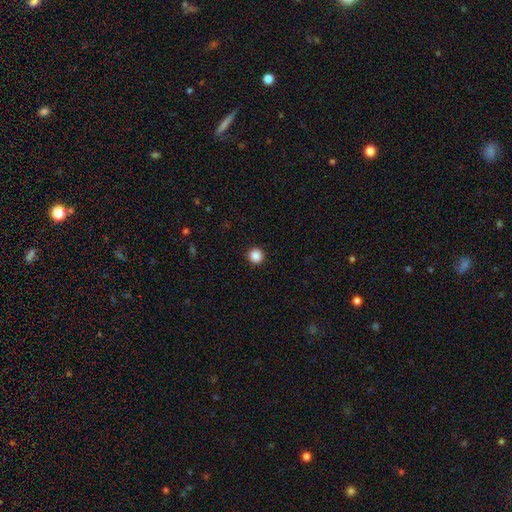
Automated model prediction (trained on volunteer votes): A smooth galaxy with no disk features (87%) that is round (95%). Merging: none (93%).